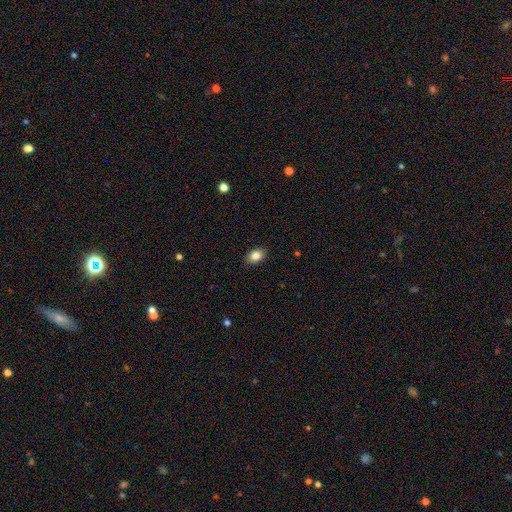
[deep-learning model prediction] Q: Smooth or featured?
A: smooth (85%); runner-up: star or artifact (8%)
Q: How rounded?
A: in between (83%); runner-up: round (16%)
Q: Merging?
A: none (89%); runner-up: minor disturbance (9%)